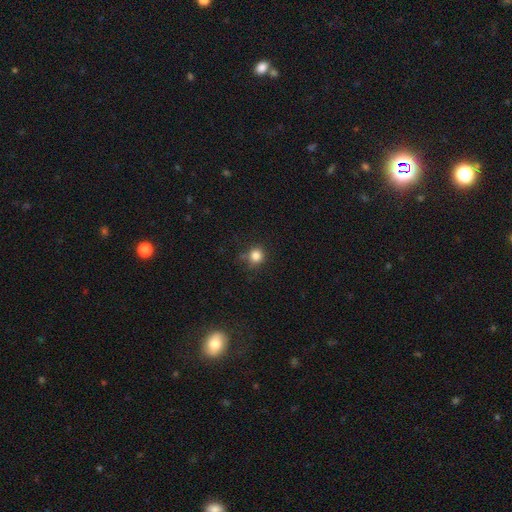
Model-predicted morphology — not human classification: This is clearly a smooth galaxy (83%). How rounded: clearly round (90%). Merging: likely none (77%).